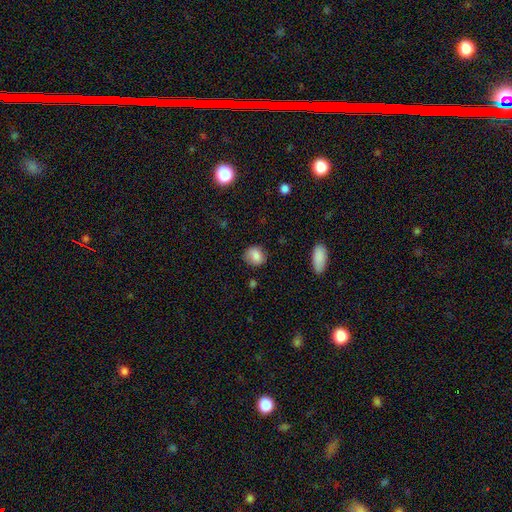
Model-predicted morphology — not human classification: This appears to be a smooth galaxy with no disk features (83%) that is round (68%). Merging: none (79%).